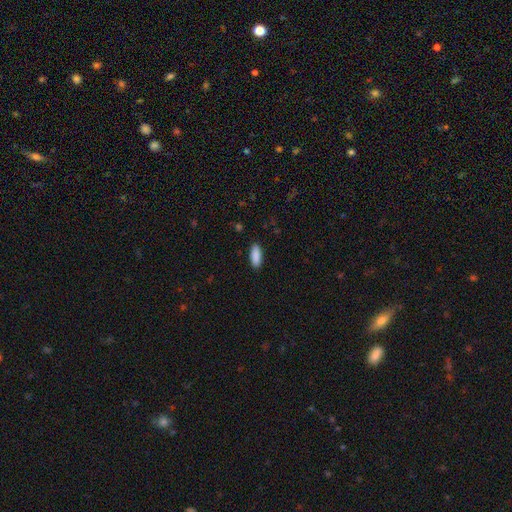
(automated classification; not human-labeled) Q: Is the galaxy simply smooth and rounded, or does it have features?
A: smooth — 90%.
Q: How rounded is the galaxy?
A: in between — 77%.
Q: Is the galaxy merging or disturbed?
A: none — 89%.